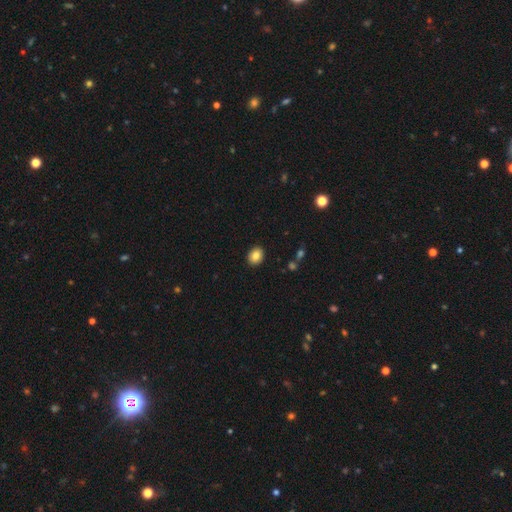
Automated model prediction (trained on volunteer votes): This appears to be a smooth galaxy with no disk features (85%) that is round (50%). Merging: none (91%).